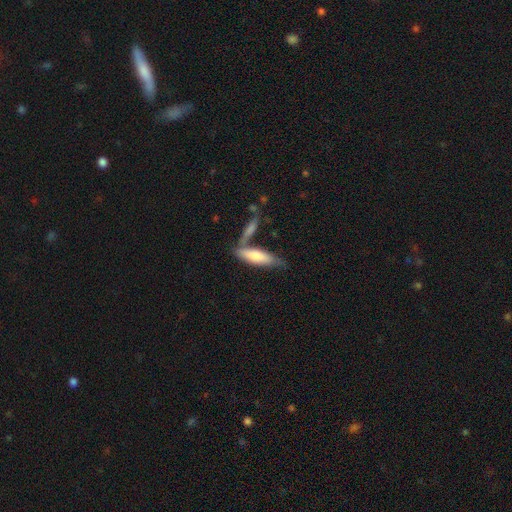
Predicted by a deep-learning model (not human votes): smooth 70%, featured or disk 24%, star or artifact 5%. Down the decision tree: how rounded — cigar-shaped (54%); merging — none (48%).